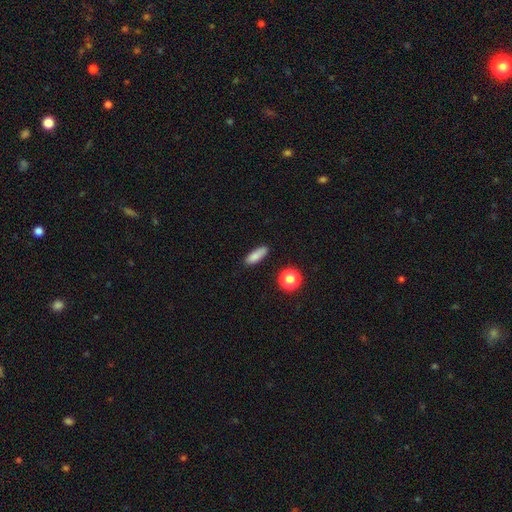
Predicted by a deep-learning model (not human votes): Smooth or featured? Predicted: smooth (p=0.83). How rounded? Predicted: in between (p=0.58). Merging? Predicted: none (p=0.83).